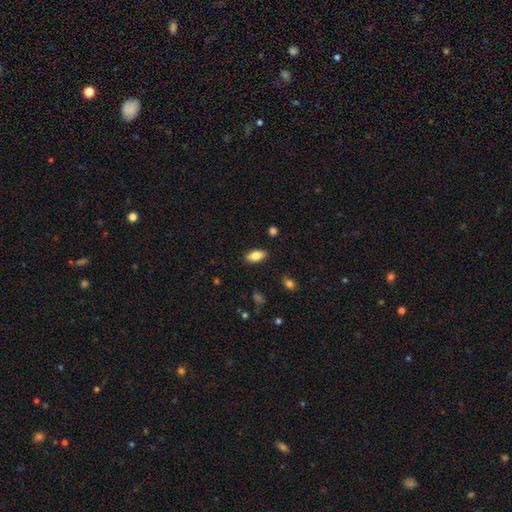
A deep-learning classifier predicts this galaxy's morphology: Smooth or featured? Predicted: smooth (p=0.80). How rounded? Predicted: in between (p=0.89). Merging? Predicted: none (p=0.88).